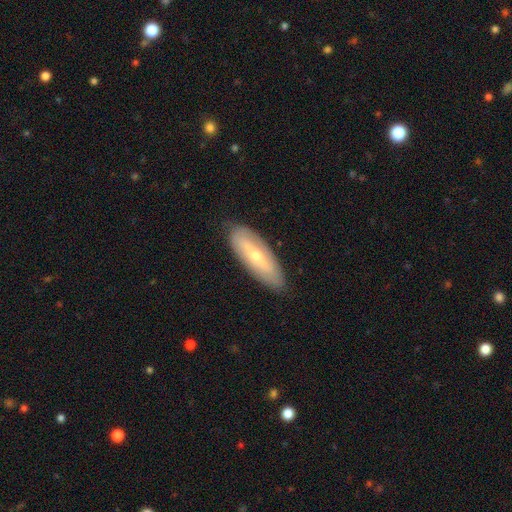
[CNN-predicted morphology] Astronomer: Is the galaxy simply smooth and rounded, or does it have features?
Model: featured or disk — 50% (runner-up: smooth, 43%).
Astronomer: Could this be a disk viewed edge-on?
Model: no — 69%.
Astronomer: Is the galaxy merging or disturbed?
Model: none — 83%.